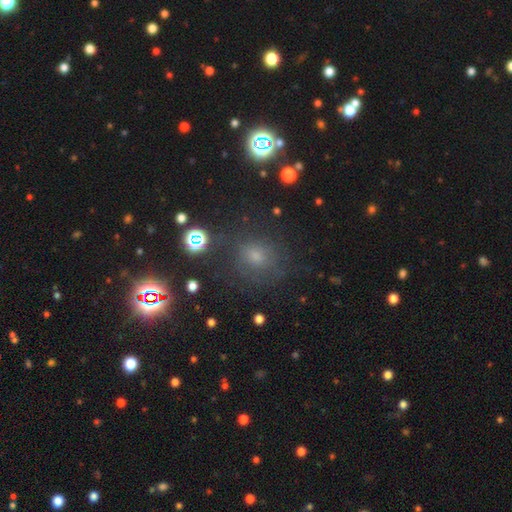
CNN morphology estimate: The model was most divided on "smooth or featured": smooth: 56%, star or artifact: 32%, featured or disk: 13%. More confident: how rounded — round (83%); merging — none (78%).